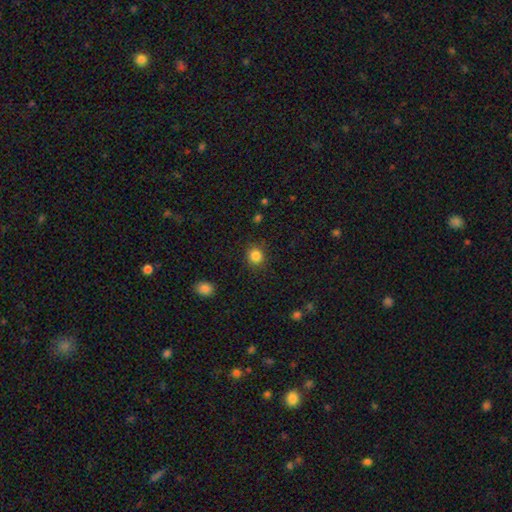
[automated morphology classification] A smooth galaxy with no disk features (85%) that is round (82%).

Vote fractions:
- Smooth or featured? smooth: 85% / star or artifact: 11% / featured or disk: 4%
- How rounded? round: 82% / in between: 17% / cigar-shaped: 1%
- Merging? none: 87% / minor disturbance: 9% / major disturbance: 3% / merger: 1%